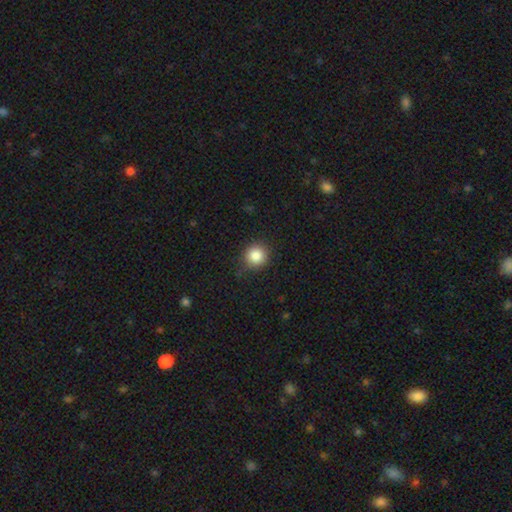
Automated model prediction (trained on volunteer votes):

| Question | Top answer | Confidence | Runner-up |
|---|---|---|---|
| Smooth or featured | smooth | 85% | star or artifact (10%) |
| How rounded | round | 93% | in between (6%) |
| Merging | none | 83% | minor disturbance (13%) |